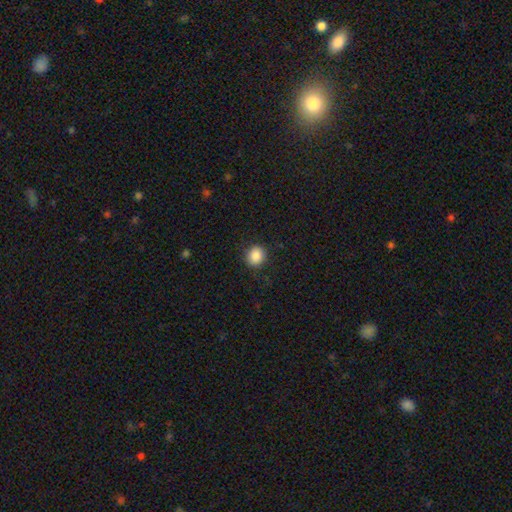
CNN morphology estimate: smooth-or-featured: smooth: 88% | star or artifact: 9% | featured or disk: 3%
  how-rounded: round: 74% | in between: 25% | cigar-shaped: 1%
  merging: none: 89% | minor disturbance: 8% | major disturbance: 2% | merger: 1%